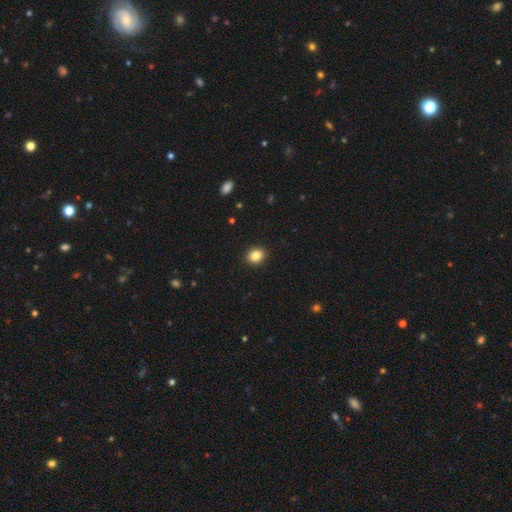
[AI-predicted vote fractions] A smooth galaxy with no disk features (85%) that is round (63%). Merging: none (92%).